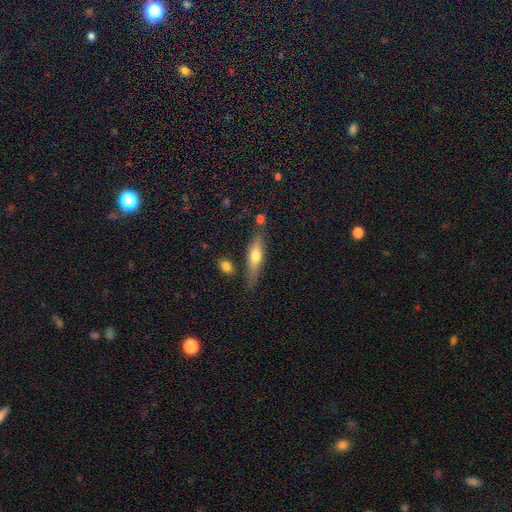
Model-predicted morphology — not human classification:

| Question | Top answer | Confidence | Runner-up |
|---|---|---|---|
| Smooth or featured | smooth | 57% | featured or disk (37%) |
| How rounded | cigar-shaped | 67% | in between (31%) |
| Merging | none | 70% | minor disturbance (18%) |